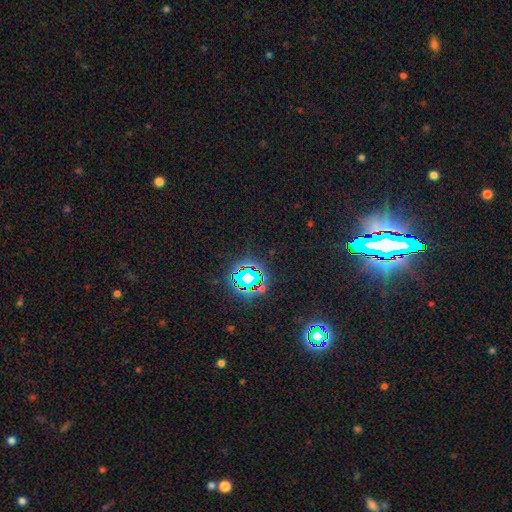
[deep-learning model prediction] Smooth or featured: star or artifact — 84% (smooth — 9%)